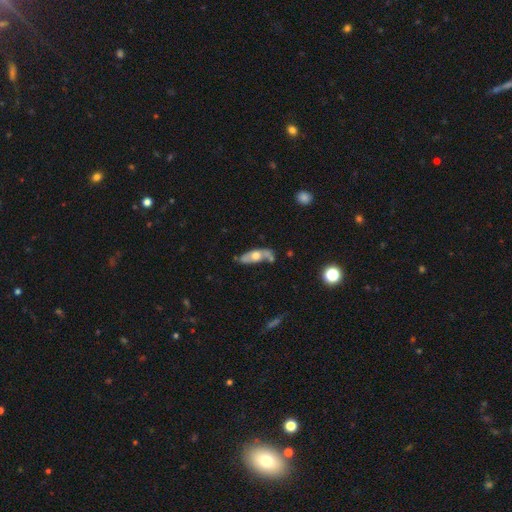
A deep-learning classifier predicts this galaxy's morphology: A featured or disk galaxy (52%).

Vote fractions:
- Smooth or featured? featured or disk: 52% / smooth: 42% / star or artifact: 6%
- Edge-on disk? no: 63% / yes: 37%
- Merging? none: 50% / minor disturbance: 24% / merger: 16% / major disturbance: 9%